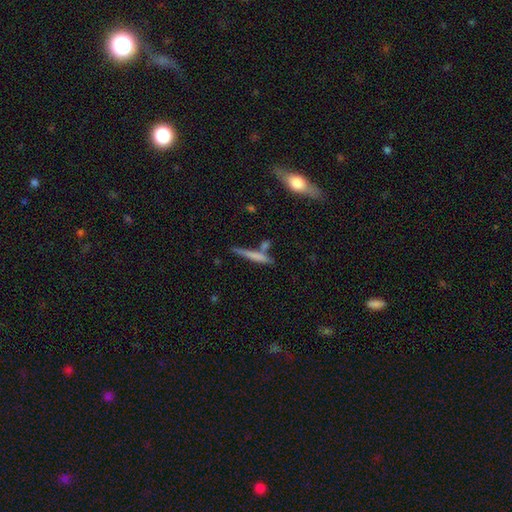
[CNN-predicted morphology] type=smooth (63%); roundness=cigar-shaped (92%); merging=none (64%).